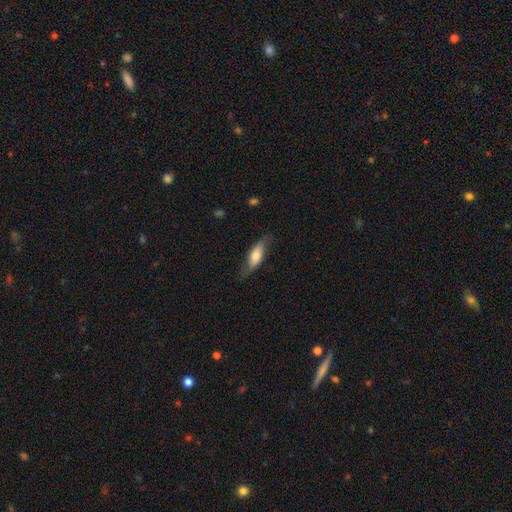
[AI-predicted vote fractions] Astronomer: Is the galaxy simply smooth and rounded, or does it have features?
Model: smooth — 56% (runner-up: featured or disk, 37%).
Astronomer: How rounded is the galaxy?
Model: in between — 61%.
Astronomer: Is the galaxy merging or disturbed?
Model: none — 68%.